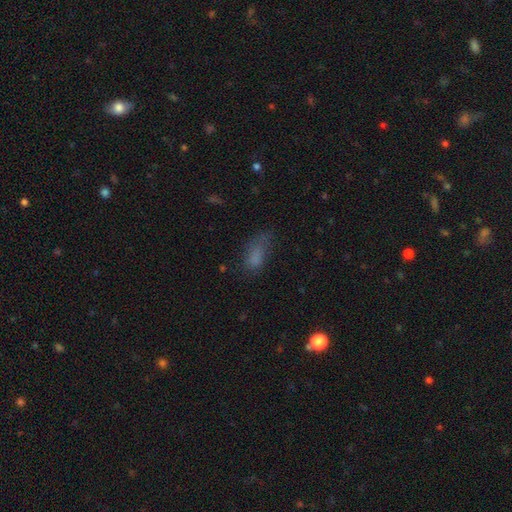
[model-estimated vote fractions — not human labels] smooth_or_featured: smooth (p=0.71) [alt: star or artifact p=0.16]
how_rounded: in between (p=0.83) [alt: cigar-shaped p=0.10]
merging: none (p=0.42) [alt: minor disturbance p=0.29]